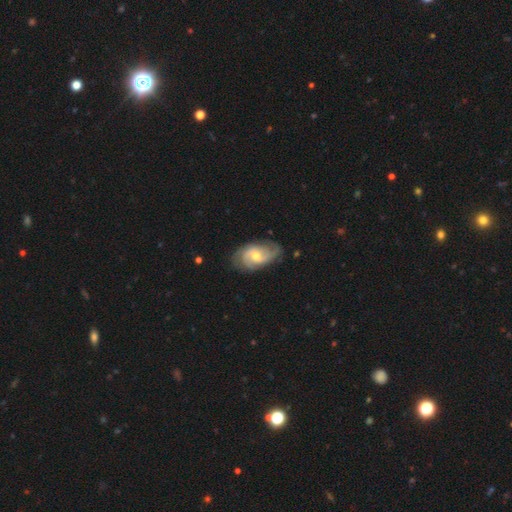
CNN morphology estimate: smooth_or_featured: featured or disk (p=0.80) [alt: smooth p=0.15]
disk_edge_on: no (p=0.96) [alt: yes p=0.04]
bar: no (p=0.56) [alt: weak p=0.38]
has_spiral_arms: yes (p=0.94) [alt: no p=0.06]
spiral_winding: medium (p=0.44) [alt: tight p=0.40]
spiral_arm_count: 2 (p=0.52) [alt: can't tell p=0.19]
bulge_size: moderate (p=0.59) [alt: small p=0.36]
merging: none (p=0.72) [alt: minor disturbance p=0.21]